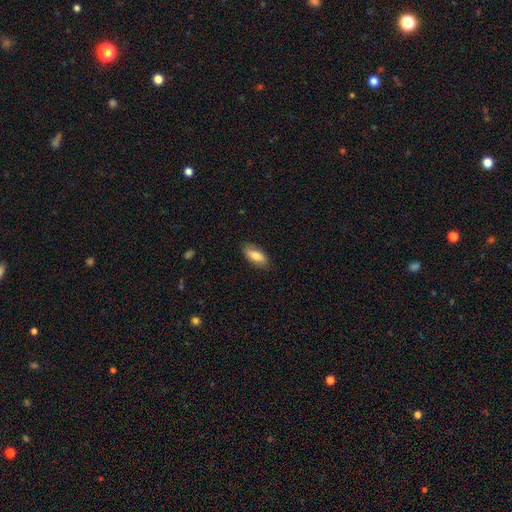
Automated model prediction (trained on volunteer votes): Smooth or featured? smooth (78%)
How rounded? in between (84%)
Merging? none (83%)